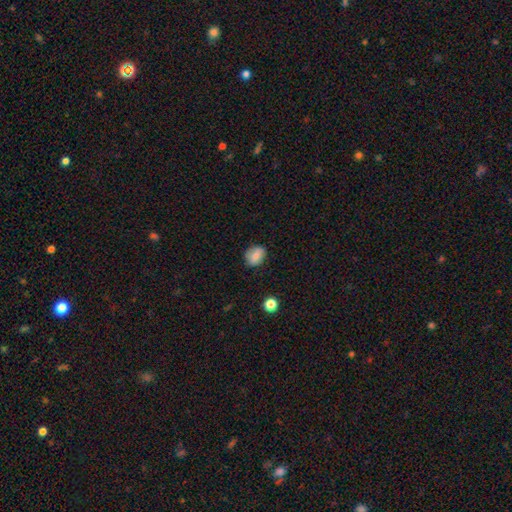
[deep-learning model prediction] Morphology: type=smooth (73%); roundness=round (54%); merging=none (79%).